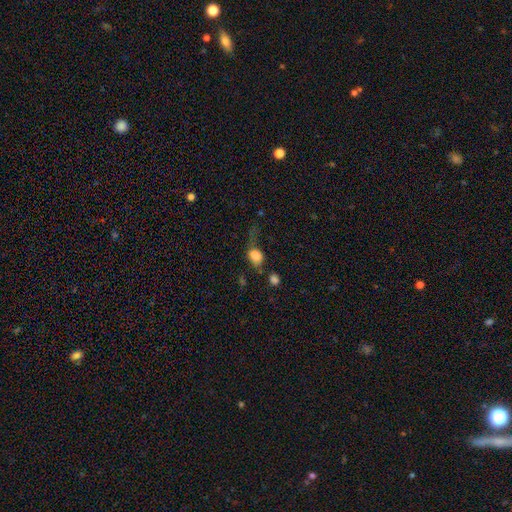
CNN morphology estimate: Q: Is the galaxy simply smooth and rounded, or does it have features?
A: smooth — 78%.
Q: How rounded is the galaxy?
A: in between — 65%.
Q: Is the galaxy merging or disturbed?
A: major disturbance — 36%.